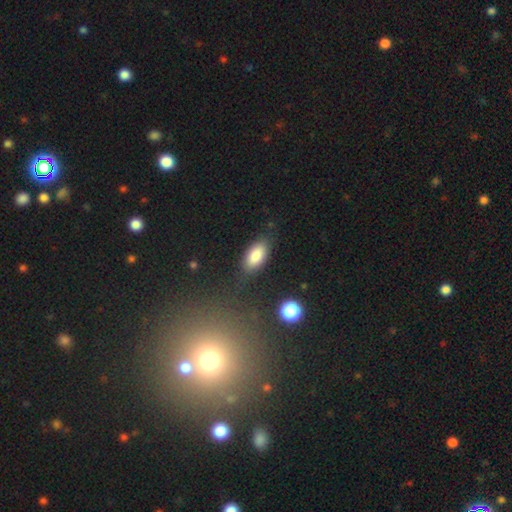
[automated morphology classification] This appears to be a smooth galaxy with no disk features (85%) that is in between round and cigar-shaped (91%). Merging: none (80%).